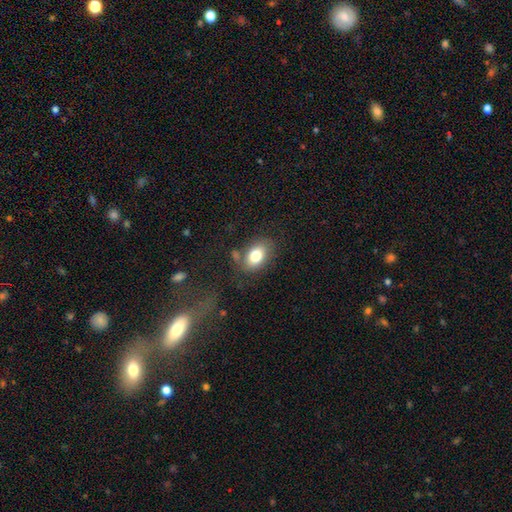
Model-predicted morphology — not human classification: Smooth or featured: smooth — 79% (featured or disk — 13%)
How rounded: in between — 84% (round — 15%)
Merging: none — 72% (minor disturbance — 16%)